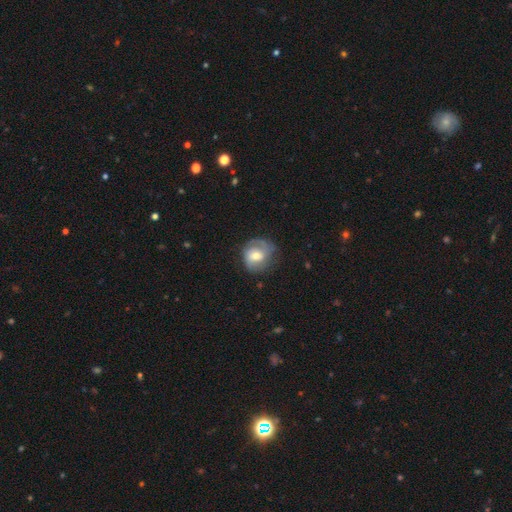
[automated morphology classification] The model was most divided on "smooth or featured": featured or disk: 54%, smooth: 39%, star or artifact: 7%. More confident: edge-on disk — no (97%); spiral arms — yes (81%); merging — none (65%); bulge size — moderate (65%); bar — no (53%).